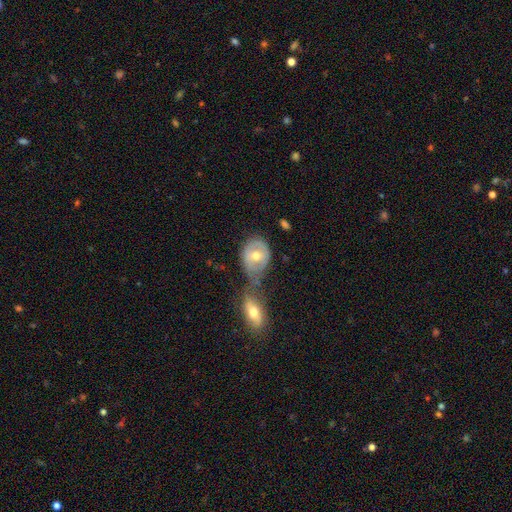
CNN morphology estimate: Overall: smooth (48%; featured or disk 46%). Merging: merger (43%; none 31%).